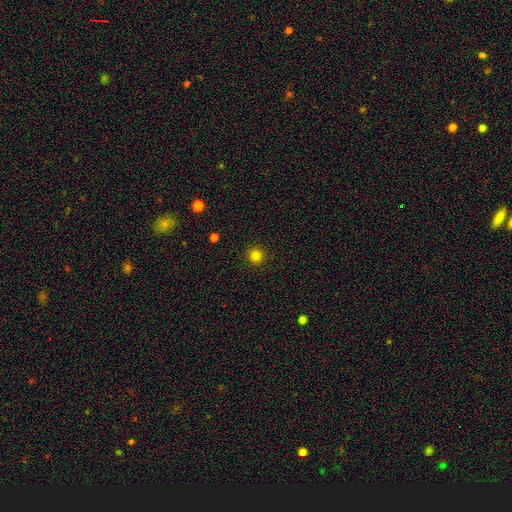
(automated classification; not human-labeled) This is clearly a smooth galaxy (82%). How rounded: clearly round (96%). Merging: clearly none (93%).